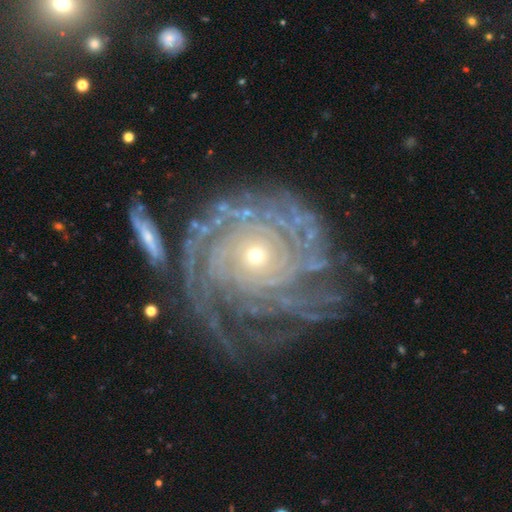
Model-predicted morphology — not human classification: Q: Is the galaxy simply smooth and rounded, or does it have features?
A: featured or disk — 90%.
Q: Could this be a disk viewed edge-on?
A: no — 97%.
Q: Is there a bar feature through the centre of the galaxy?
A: no — 82%.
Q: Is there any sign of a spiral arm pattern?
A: yes — 97%.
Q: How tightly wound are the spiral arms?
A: tight — 83%.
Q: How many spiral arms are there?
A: more than 4 — 29%.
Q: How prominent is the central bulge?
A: small — 73%.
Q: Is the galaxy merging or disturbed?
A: none — 64%.